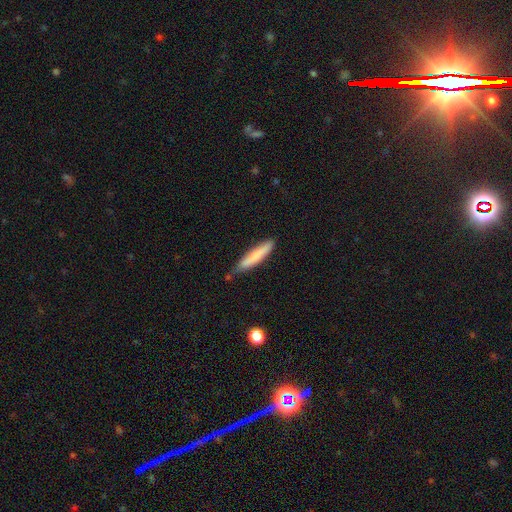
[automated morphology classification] Smooth or featured? Predicted: smooth (p=0.77). How rounded? Predicted: cigar-shaped (p=0.89). Merging? Predicted: none (p=0.71).